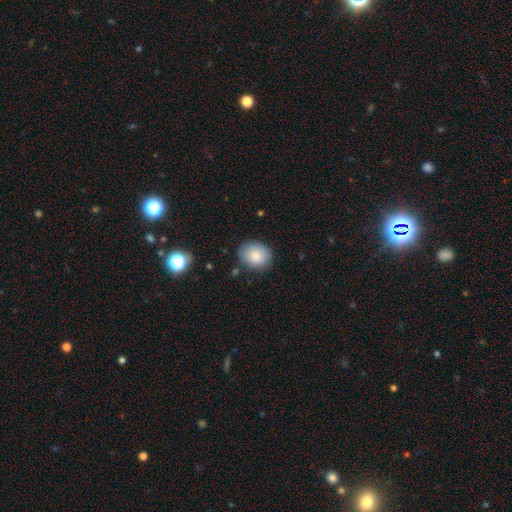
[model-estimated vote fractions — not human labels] Overall: smooth (84%). How rounded: round (58%; in between 41%). Merging: none (81%).